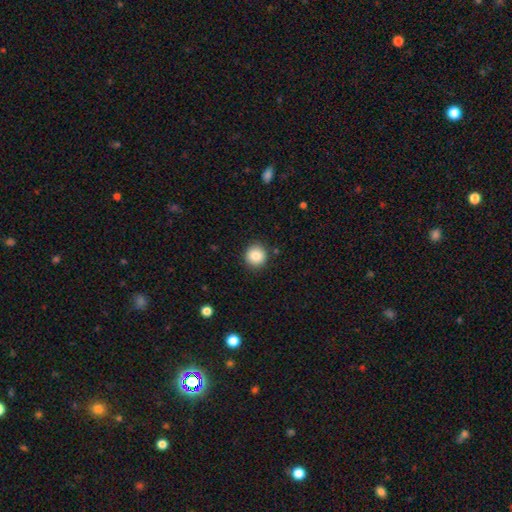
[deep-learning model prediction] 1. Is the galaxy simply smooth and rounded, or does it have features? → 86% smooth, 9% star or artifact, 5% featured or disk.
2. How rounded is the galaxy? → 93% round, 6% in between, 1% cigar-shaped.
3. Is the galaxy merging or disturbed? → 89% none, 7% minor disturbance, 2% major disturbance, 1% merger.